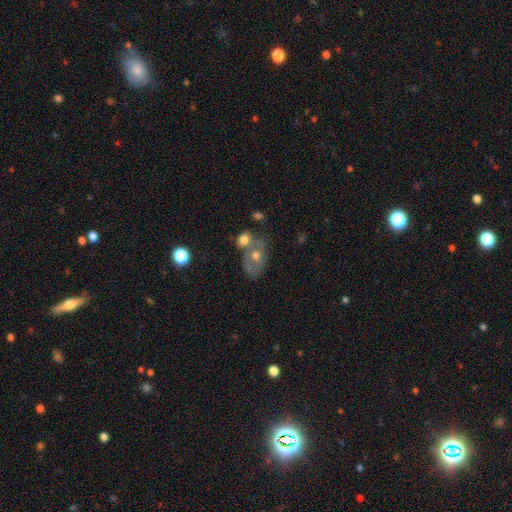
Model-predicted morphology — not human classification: This appears to be a featured or disk galaxy (45%). Merging: merger (42%).